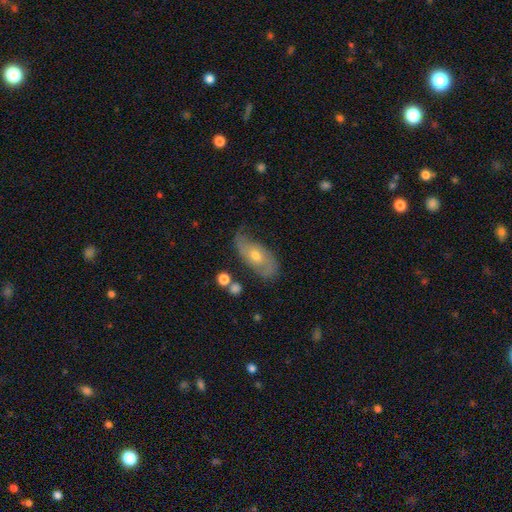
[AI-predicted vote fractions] Q: Smooth or featured?
A: featured or disk (65%); runner-up: smooth (28%)
Q: Edge-on disk?
A: no (90%); runner-up: yes (10%)
Q: Bar?
A: no (73%); runner-up: weak (22%)
Q: Spiral arms?
A: yes (82%); runner-up: no (18%)
Q: Bulge size?
A: moderate (53%); runner-up: small (43%)
Q: Merging?
A: none (60%); runner-up: minor disturbance (27%)